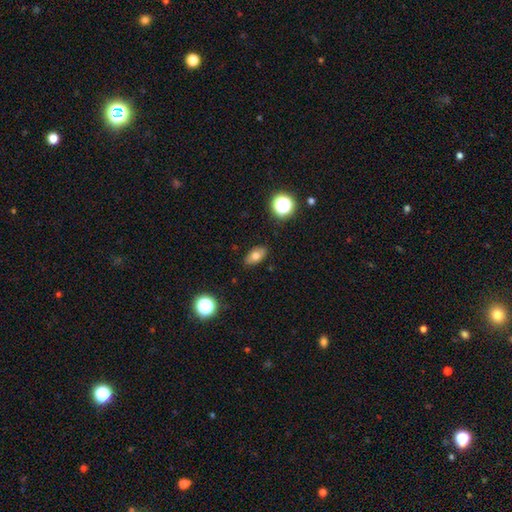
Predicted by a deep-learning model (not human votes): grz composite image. It shows a smooth galaxy with no disk features (73%) that is in between round and cigar-shaped (87%). Merging: none (86%).